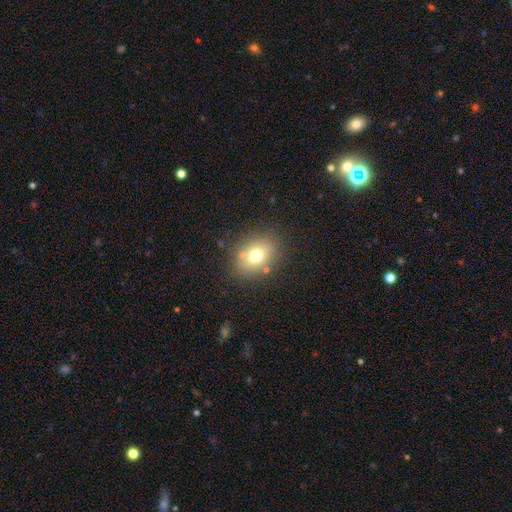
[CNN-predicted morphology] type=smooth (71%); roundness=in between (58%); merging=none (80%).